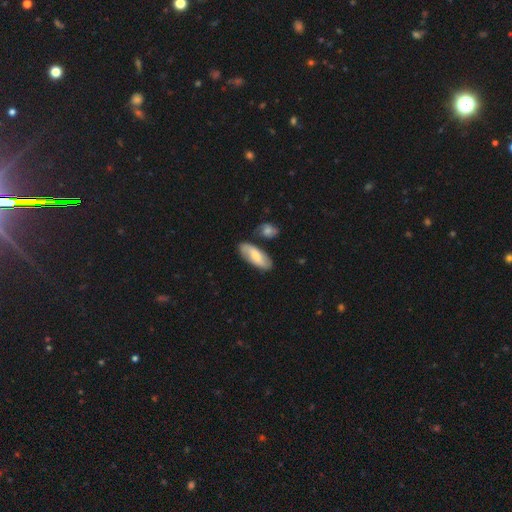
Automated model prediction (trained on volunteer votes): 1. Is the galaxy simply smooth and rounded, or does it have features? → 57% smooth, 37% featured or disk, 6% star or artifact.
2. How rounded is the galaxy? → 77% in between, 21% cigar-shaped, 3% round.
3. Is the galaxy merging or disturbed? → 73% none, 14% minor disturbance, 10% merger, 3% major disturbance.